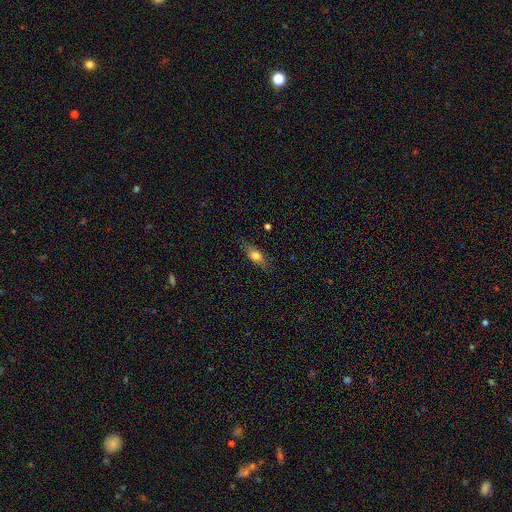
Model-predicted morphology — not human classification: This is likely a smooth galaxy (69%). How rounded: likely in between (69%). Merging: clearly none (81%).